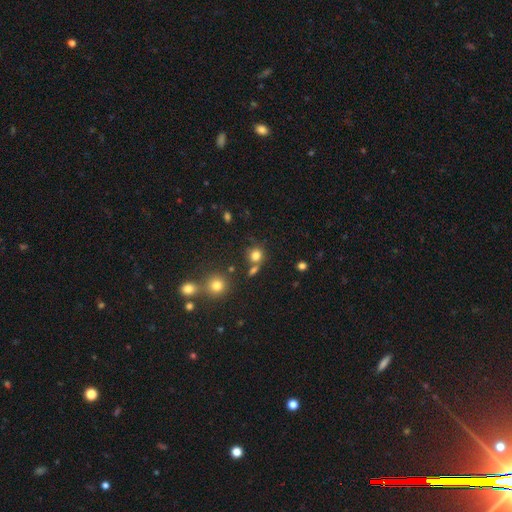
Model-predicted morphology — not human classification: This is likely a smooth galaxy (78%). How rounded: clearly round (88%). Merging: likely none (67%).